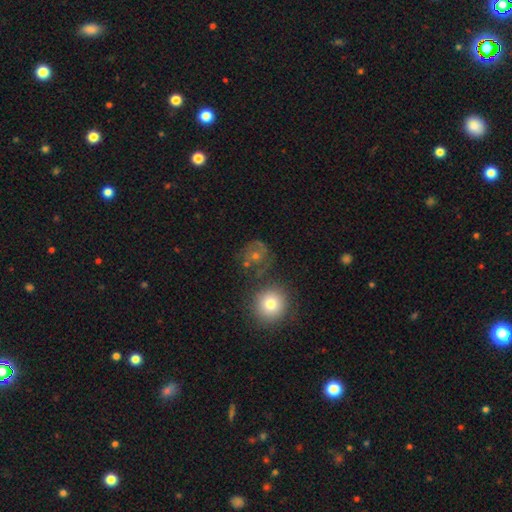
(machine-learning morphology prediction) The model was most divided on "smooth or featured": smooth: 45%, featured or disk: 32%, star or artifact: 22%. More confident: merging — none (64%).